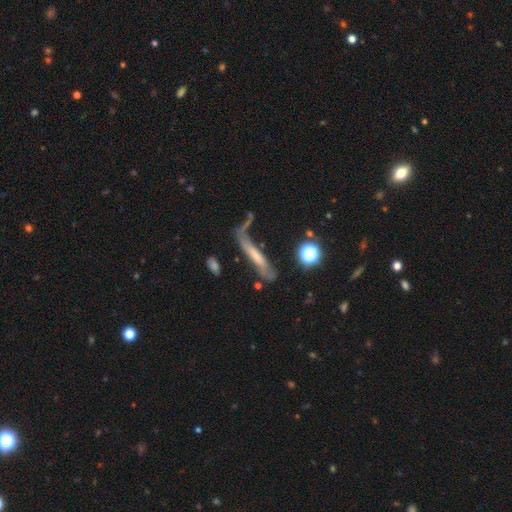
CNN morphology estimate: A smooth galaxy with no disk features (46%).

Vote fractions:
- Smooth or featured? smooth: 46% / featured or disk: 44% / star or artifact: 10%
- Merging? none: 41% / major disturbance: 23% / minor disturbance: 22% / merger: 14%